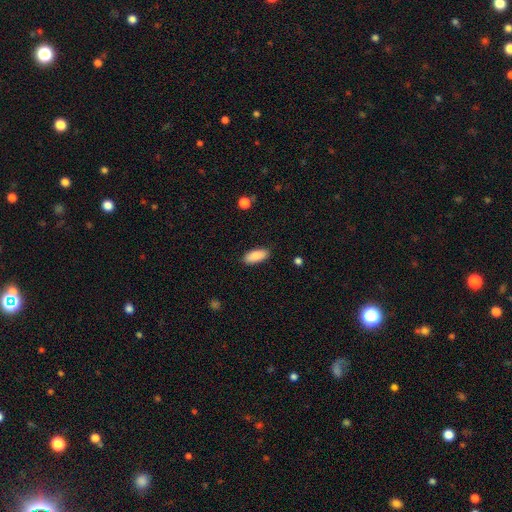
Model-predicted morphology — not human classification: type=smooth (86%); roundness=in between (87%); merging=none (88%).